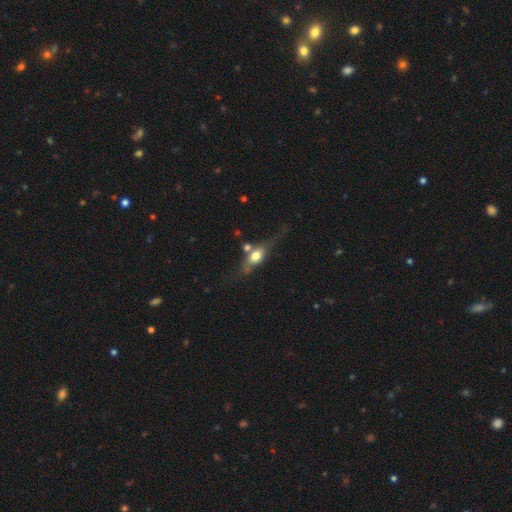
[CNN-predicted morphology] type=smooth (52%); roundness=in between (63%); merging=none (41%).